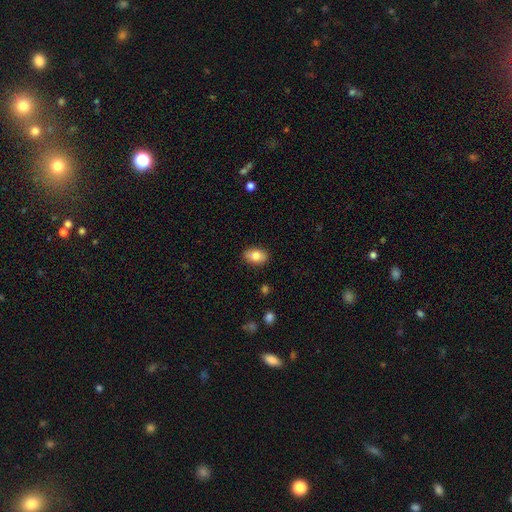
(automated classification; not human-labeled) Q: Smooth or featured?
A: smooth (81%); runner-up: featured or disk (11%)
Q: How rounded?
A: in between (86%); runner-up: round (13%)
Q: Merging?
A: none (86%); runner-up: minor disturbance (11%)